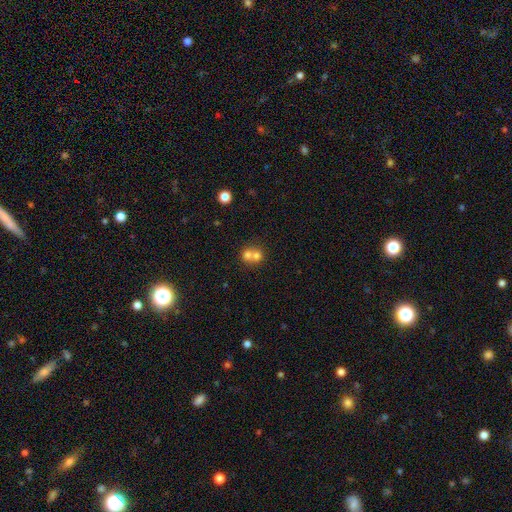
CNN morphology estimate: The model was most divided on "merging": merger: 65%, none: 28%, minor disturbance: 4%, major disturbance: 2%. More confident: how rounded — round (81%); smooth or featured — smooth (69%).